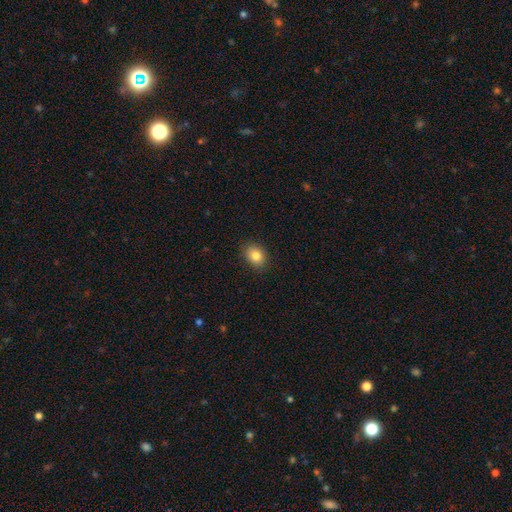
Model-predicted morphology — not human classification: The model was most divided on "how rounded": in between: 61%, round: 38%, cigar-shaped: 1%. More confident: merging — none (88%); smooth or featured — smooth (83%).